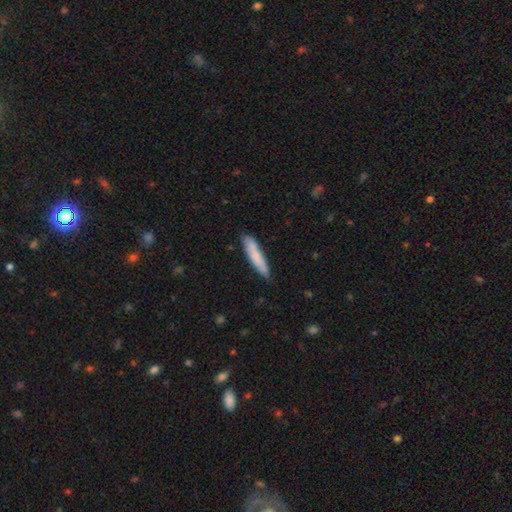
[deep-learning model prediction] smooth-or-featured: smooth: 81% | featured or disk: 14% | star or artifact: 6%
  how-rounded: cigar-shaped: 87% | in between: 12% | round: 1%
  merging: none: 83% | minor disturbance: 13% | major disturbance: 2% | merger: 1%